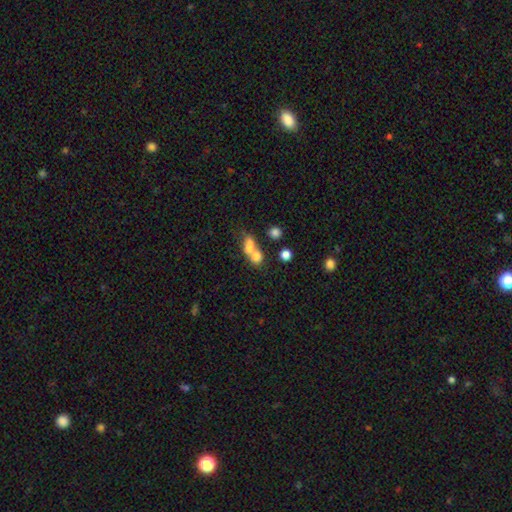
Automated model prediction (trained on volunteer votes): smooth-or-featured: smooth: 73% | featured or disk: 14% | star or artifact: 12%
  how-rounded: round: 50% | in between: 46% | cigar-shaped: 4%
  merging: merger: 61% | none: 26% | minor disturbance: 7% | major disturbance: 6%